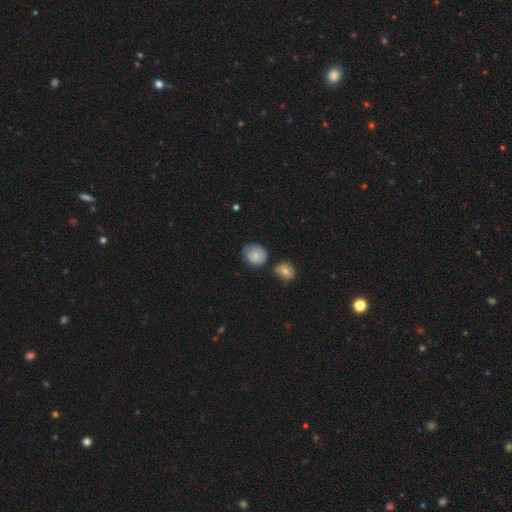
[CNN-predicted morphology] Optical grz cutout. It shows a smooth galaxy with no disk features (76%) that is round (73%). Merging: none (62%).